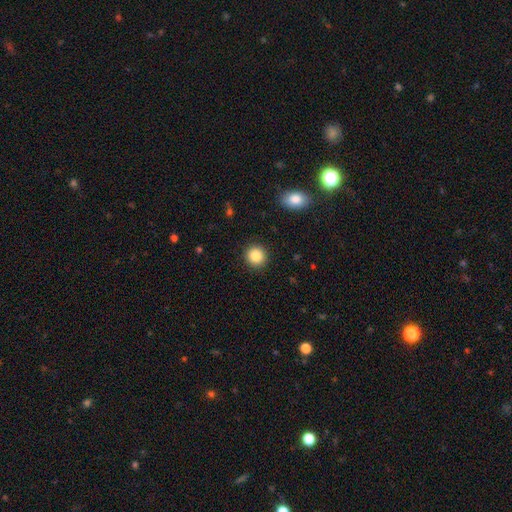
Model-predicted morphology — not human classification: smooth 87%, star or artifact 9%, featured or disk 4%. Down the decision tree: how rounded — round (92%); merging — none (91%).